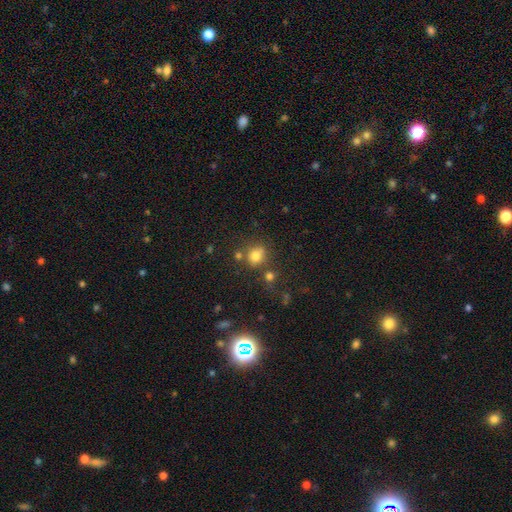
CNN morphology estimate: smooth_or_featured: smooth (p=0.76) [alt: star or artifact p=0.15]
how_rounded: round (p=0.70) [alt: in between p=0.29]
merging: none (p=0.66) [alt: merger p=0.16]